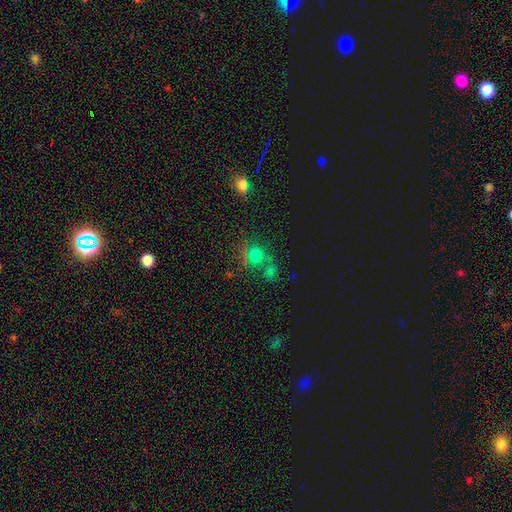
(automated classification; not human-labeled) Smooth or featured? Predicted: smooth (p=0.51). How rounded? Predicted: round (p=0.81). Merging? Predicted: none (p=0.56).